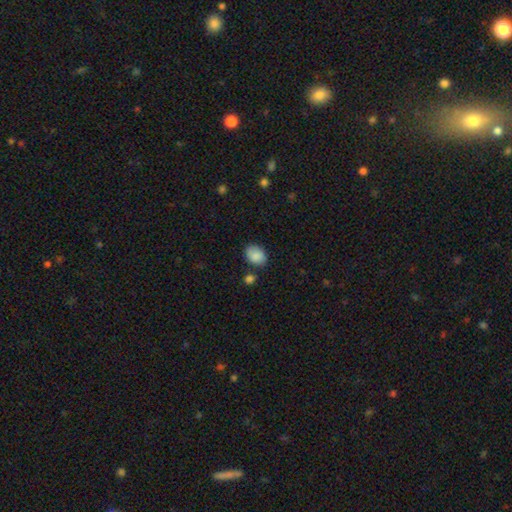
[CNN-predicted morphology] A smooth galaxy with no disk features (87%) that is in between round and cigar-shaped (72%).

Vote fractions:
- Smooth or featured? smooth: 87% / star or artifact: 7% / featured or disk: 6%
- How rounded? in between: 72% / round: 27% / cigar-shaped: 1%
- Merging? none: 76% / minor disturbance: 15% / merger: 6% / major disturbance: 4%